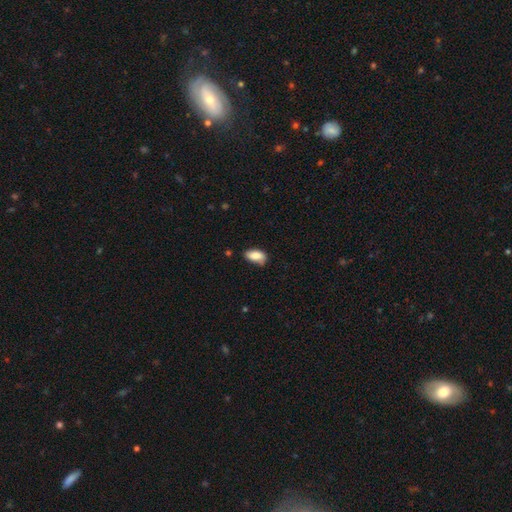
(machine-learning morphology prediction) Smooth or featured? smooth (85%)
How rounded? in between (92%)
Merging? none (62%)